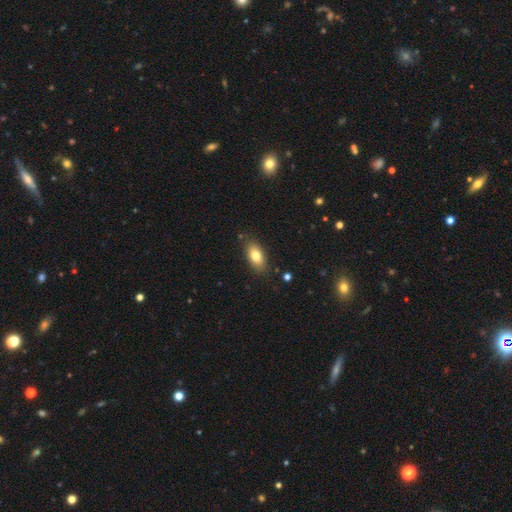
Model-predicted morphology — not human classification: Smooth or featured: smooth — 79% (featured or disk — 14%)
How rounded: in between — 88% (cigar-shaped — 6%)
Merging: none — 84% (minor disturbance — 11%)